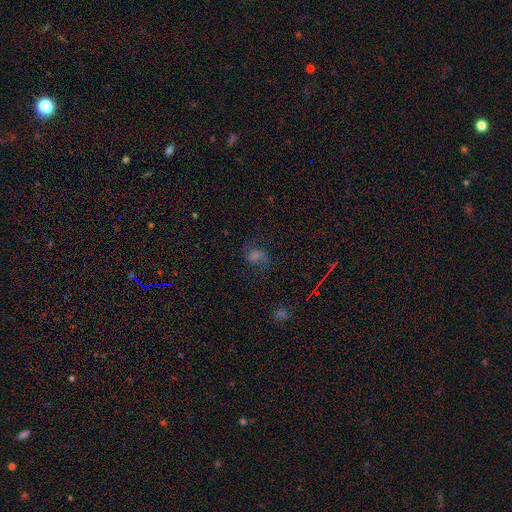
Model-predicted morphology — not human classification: smooth-or-featured: featured or disk: 45% | star or artifact: 28% | smooth: 27%
  merging: none: 69% | minor disturbance: 17% | major disturbance: 12% | merger: 2%